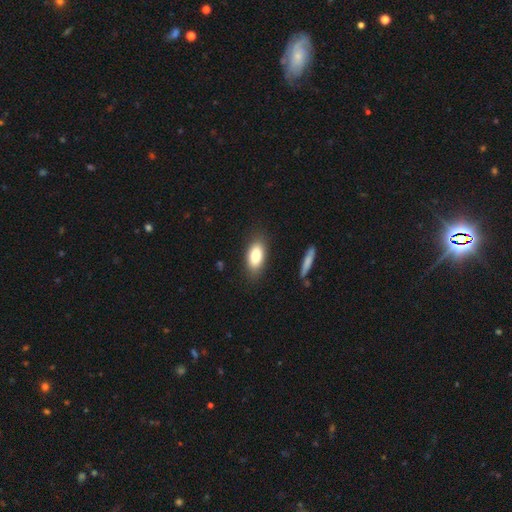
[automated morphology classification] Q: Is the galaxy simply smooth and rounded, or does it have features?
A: smooth — 82%.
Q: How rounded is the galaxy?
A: in between — 88%.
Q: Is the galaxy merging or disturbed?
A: none — 83%.